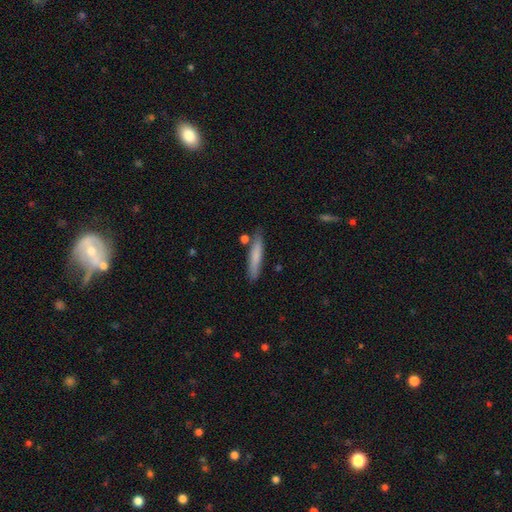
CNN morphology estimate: Smooth or featured?
  - smooth: 75% *
  - featured or disk: 19%
  - star or artifact: 6%
How rounded?
  - cigar-shaped: 91% *
  - in between: 8%
  - round: 1%
Merging?
  - none: 81% *
  - minor disturbance: 13%
  - merger: 4%
  - major disturbance: 2%